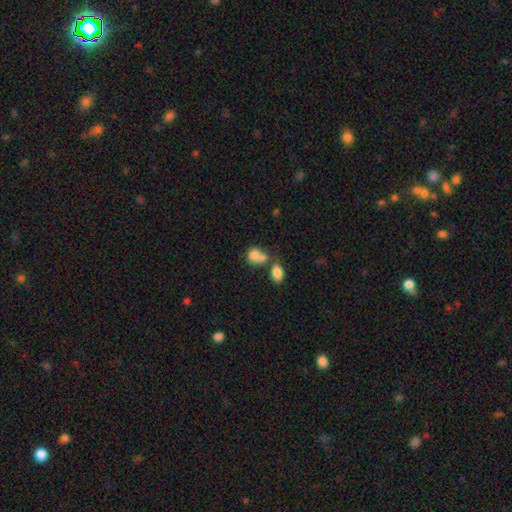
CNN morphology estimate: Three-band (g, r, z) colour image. It shows a smooth galaxy with no disk features (79%) that is round (53%). Merging: merger (56%).